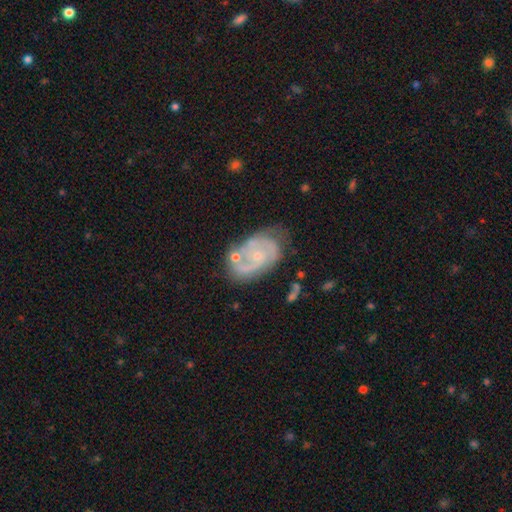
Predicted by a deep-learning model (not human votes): Overall: featured or disk (83%). Edge-on disk: no (97%). Bar: no (70%). Spiral arms: yes (92%). Spiral arm count: 2 (58%). Spiral winding: medium (45%; tight 40%). Bulge size: small (75%). Merging: none (55%; minor disturbance 24%).